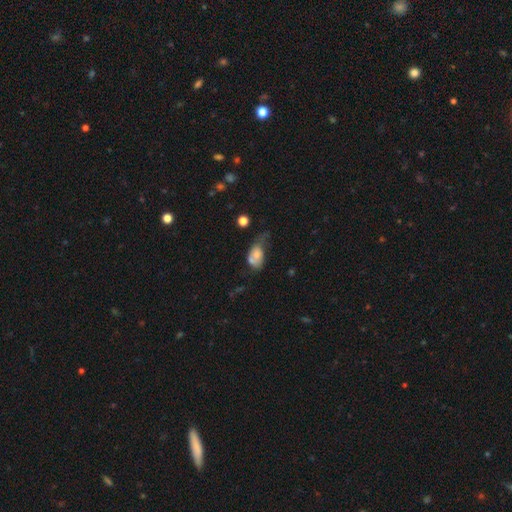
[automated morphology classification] type=smooth (65%); roundness=in between (81%); merging=major disturbance (33%).